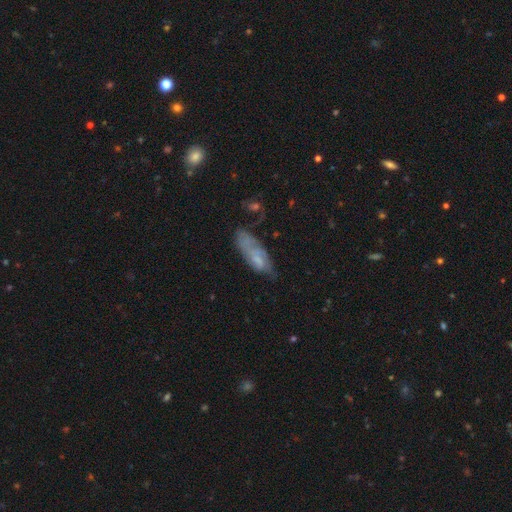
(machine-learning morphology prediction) Overall: smooth (50%; featured or disk 40%). Merging: none (45%; minor disturbance 30%).